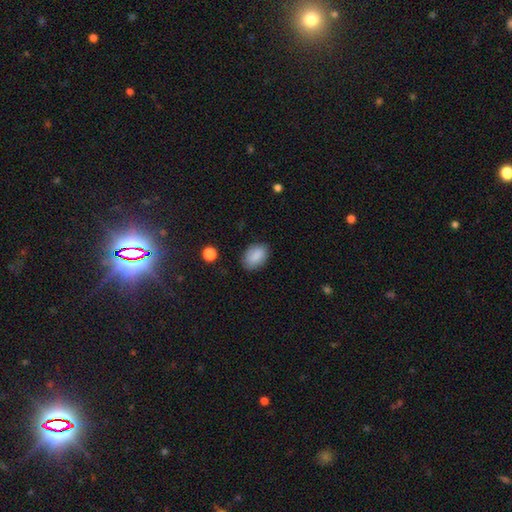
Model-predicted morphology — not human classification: smooth-or-featured: smooth: 87% | star or artifact: 7% | featured or disk: 6%
  how-rounded: in between: 86% | round: 12% | cigar-shaped: 1%
  merging: none: 80% | minor disturbance: 15% | major disturbance: 3% | merger: 1%